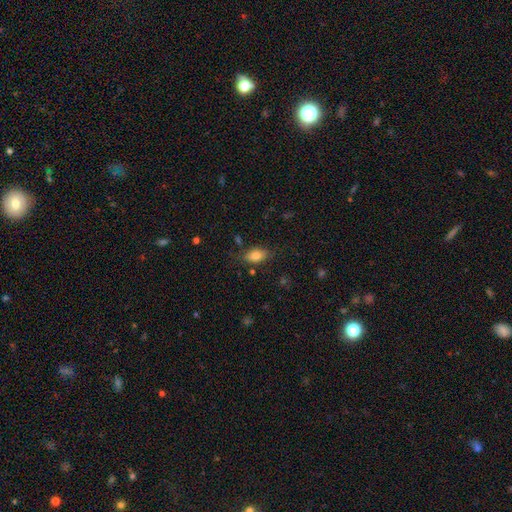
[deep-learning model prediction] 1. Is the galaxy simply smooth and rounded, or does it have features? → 80% smooth, 11% featured or disk, 9% star or artifact.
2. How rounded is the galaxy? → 89% in between, 7% round, 4% cigar-shaped.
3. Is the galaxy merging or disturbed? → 76% none, 16% minor disturbance, 4% major disturbance, 3% merger.